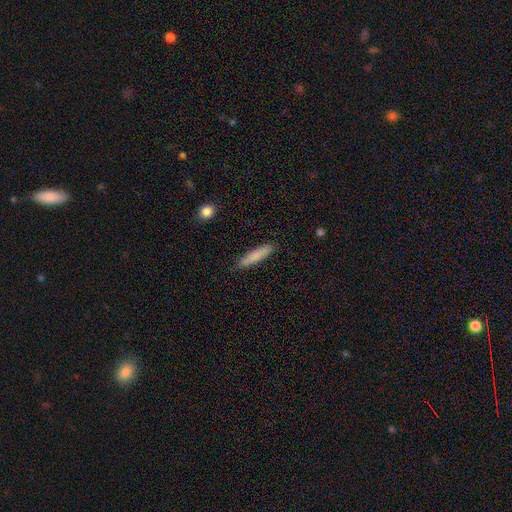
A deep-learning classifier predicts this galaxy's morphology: smooth 81%, featured or disk 13%, star or artifact 6%. Down the decision tree: how rounded — cigar-shaped (87%); merging — none (87%).